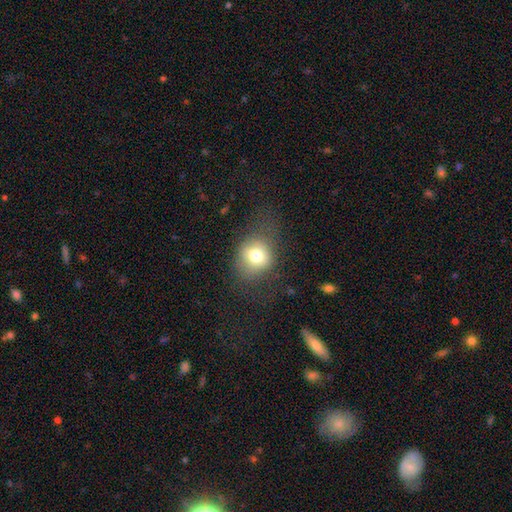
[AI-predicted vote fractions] Smooth or featured? Predicted: smooth (p=0.73). How rounded? Predicted: round (p=0.68). Merging? Predicted: none (p=0.63).